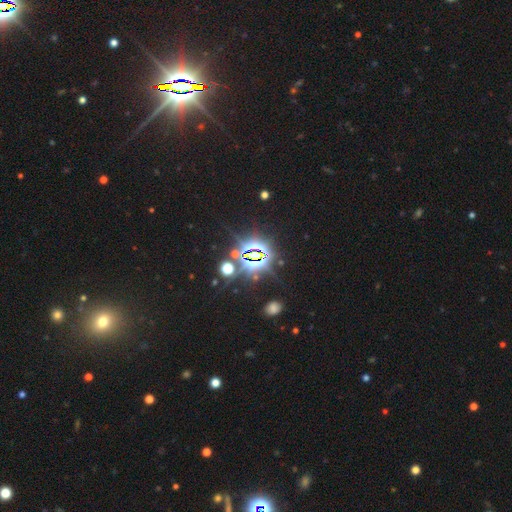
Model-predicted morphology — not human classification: Smooth or featured: star or artifact — 83% (smooth — 9%)